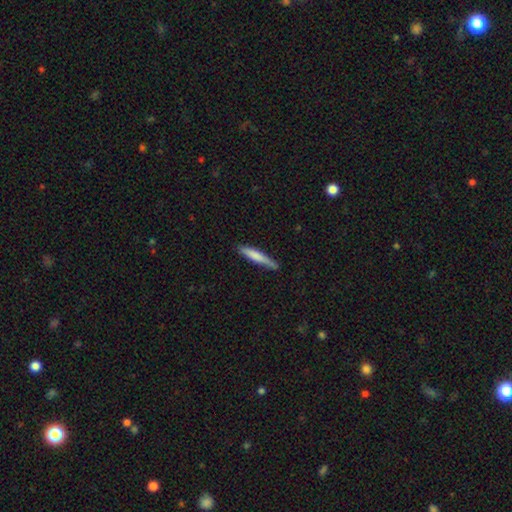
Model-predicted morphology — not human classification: smooth_or_featured: smooth (p=0.70) [alt: featured or disk p=0.24]
how_rounded: cigar-shaped (p=0.93) [alt: in between p=0.06]
merging: none (p=0.78) [alt: minor disturbance p=0.17]